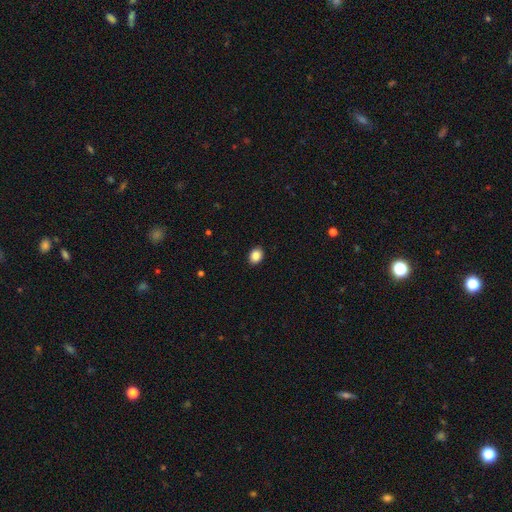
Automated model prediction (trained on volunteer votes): Smooth or featured: smooth — 88% (star or artifact — 9%)
How rounded: in between — 55% (round — 44%)
Merging: none — 90% (minor disturbance — 7%)